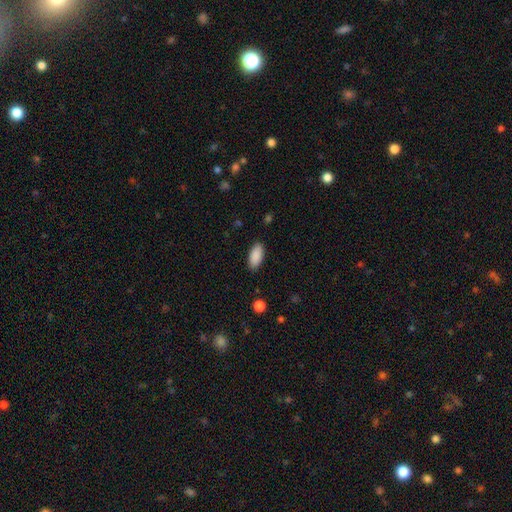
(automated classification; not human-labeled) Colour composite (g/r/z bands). It shows a smooth galaxy with no disk features (90%) that is in between round and cigar-shaped (91%). Merging: none (87%).